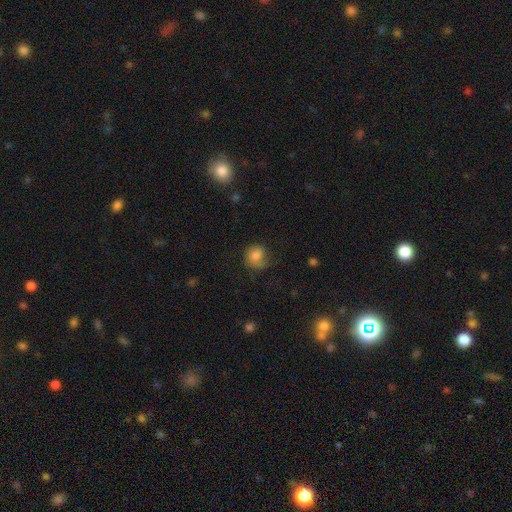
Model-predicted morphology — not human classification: smooth_or_featured: smooth (p=0.73) [alt: featured or disk p=0.18]
how_rounded: round (p=0.76) [alt: in between p=0.23]
merging: none (p=0.51) [alt: minor disturbance p=0.27]